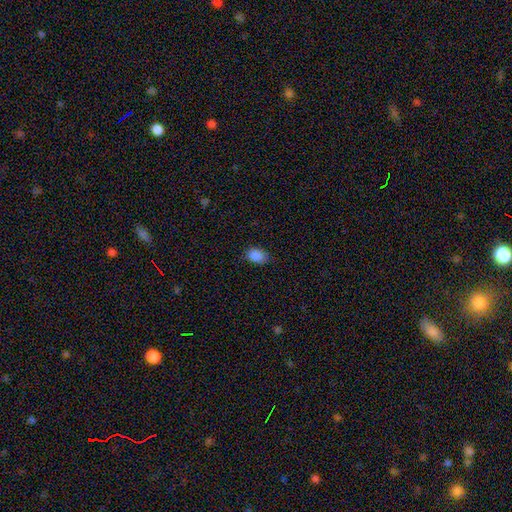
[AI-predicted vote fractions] Morphology: type=smooth (88%); roundness=in between (78%); merging=none (76%).